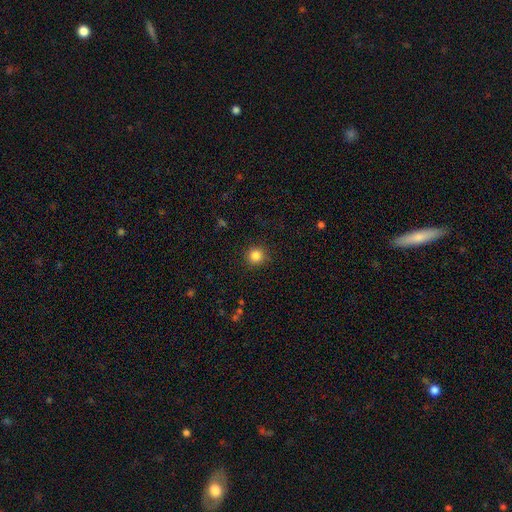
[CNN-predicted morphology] A smooth galaxy with no disk features (84%) that is round (94%).

Vote fractions:
- Smooth or featured? smooth: 84% / star or artifact: 11% / featured or disk: 5%
- How rounded? round: 94% / in between: 5% / cigar-shaped: 1%
- Merging? none: 91% / minor disturbance: 6% / major disturbance: 2% / merger: 1%